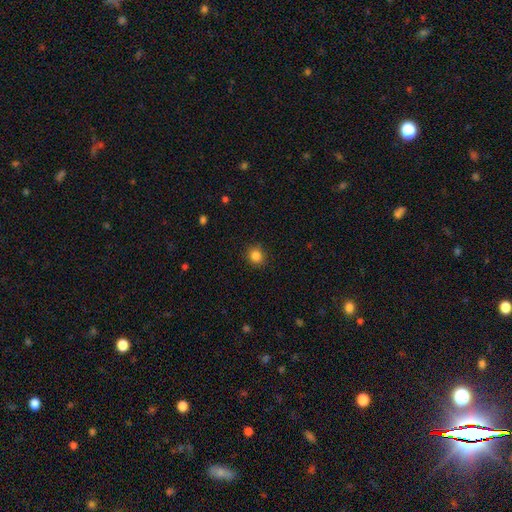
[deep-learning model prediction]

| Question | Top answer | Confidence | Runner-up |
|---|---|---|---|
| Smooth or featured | smooth | 85% | star or artifact (11%) |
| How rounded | round | 82% | in between (17%) |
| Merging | none | 89% | minor disturbance (7%) |